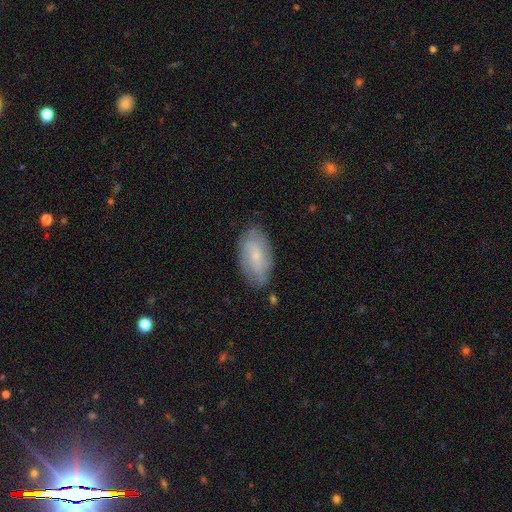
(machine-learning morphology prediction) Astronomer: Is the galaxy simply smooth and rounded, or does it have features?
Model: smooth — 48% (runner-up: featured or disk, 45%).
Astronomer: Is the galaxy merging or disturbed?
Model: none — 76%.